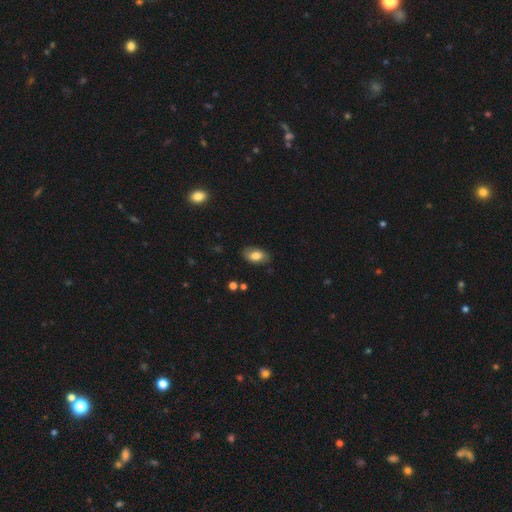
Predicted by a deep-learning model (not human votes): A smooth galaxy with no disk features (75%) that is in between round and cigar-shaped (91%). Merging: none (80%).